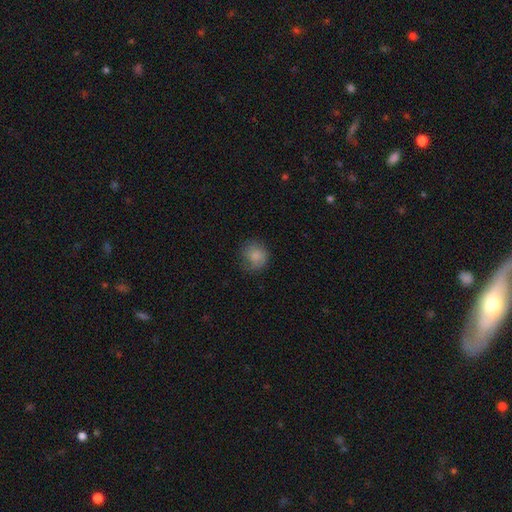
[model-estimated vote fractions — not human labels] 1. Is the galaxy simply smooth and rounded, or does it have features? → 82% smooth, 10% featured or disk, 8% star or artifact.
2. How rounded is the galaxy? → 85% round, 14% in between, 1% cigar-shaped.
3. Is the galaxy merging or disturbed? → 69% none, 22% minor disturbance, 8% major disturbance, 1% merger.